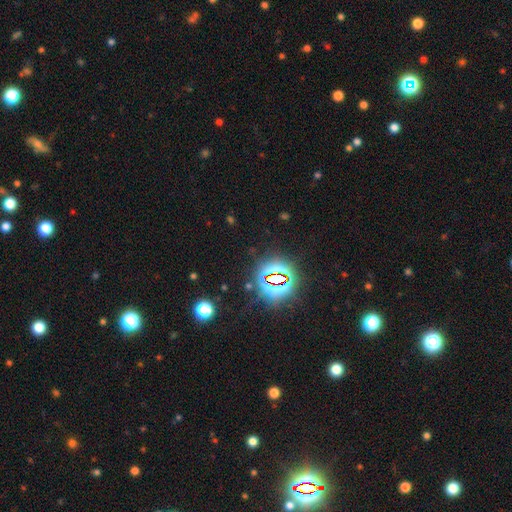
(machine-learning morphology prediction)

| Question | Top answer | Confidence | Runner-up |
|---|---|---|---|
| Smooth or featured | star or artifact | 83% | smooth (11%) |